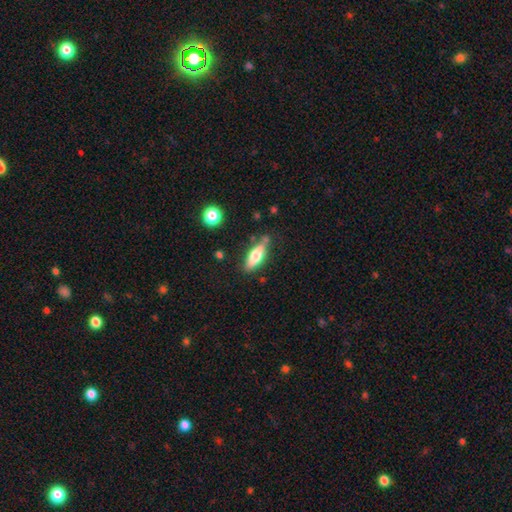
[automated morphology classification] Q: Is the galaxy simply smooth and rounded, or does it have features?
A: smooth — 63%.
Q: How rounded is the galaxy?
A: in between — 61%.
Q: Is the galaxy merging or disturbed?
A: none — 73%.